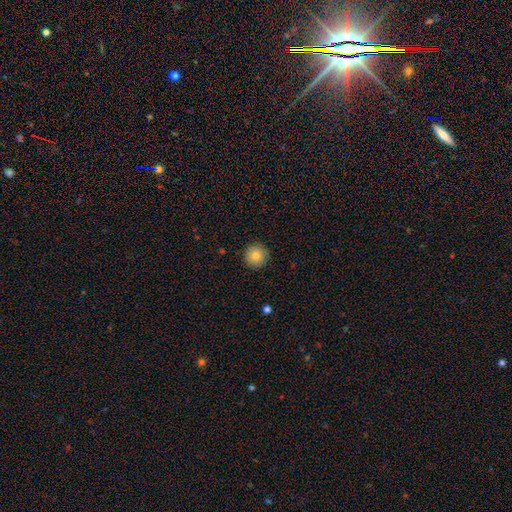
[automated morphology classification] smooth-or-featured: smooth: 82% | star or artifact: 10% | featured or disk: 9%
  how-rounded: round: 95% | in between: 4% | cigar-shaped: 1%
  merging: none: 92% | minor disturbance: 5% | major disturbance: 2% | merger: 1%